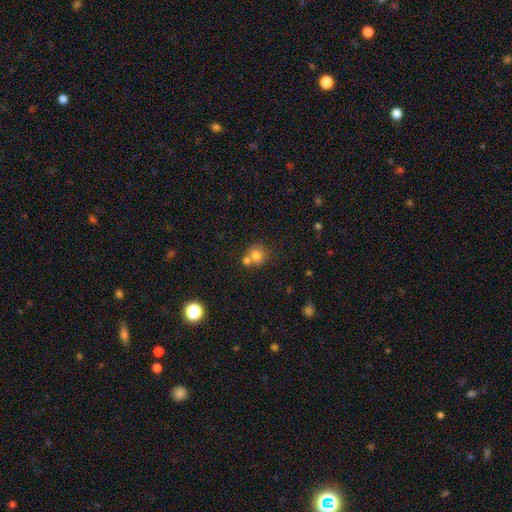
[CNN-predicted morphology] Smooth or featured? smooth (76%)
How rounded? round (88%)
Merging? none (49%)